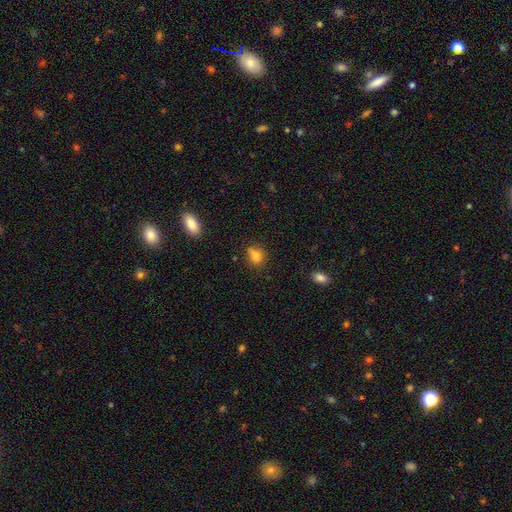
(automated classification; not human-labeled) Smooth or featured: smooth — 78% (star or artifact — 13%)
How rounded: in between — 53% (round — 44%)
Merging: none — 67% (minor disturbance — 22%)